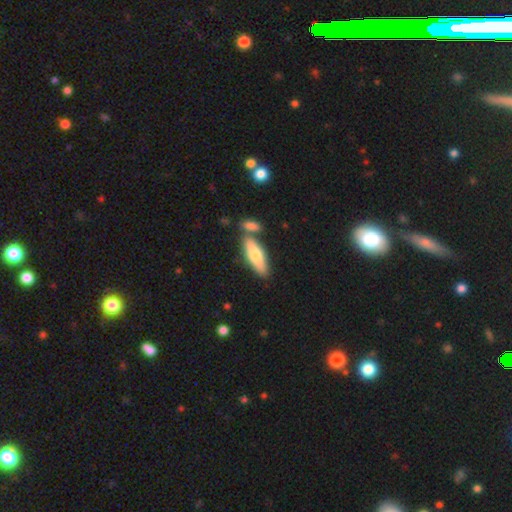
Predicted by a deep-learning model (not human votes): A smooth galaxy with no disk features (67%) that is in between round and cigar-shaped (54%).

Vote fractions:
- Smooth or featured? smooth: 67% / featured or disk: 27% / star or artifact: 5%
- How rounded? in between: 54% / cigar-shaped: 44% / round: 2%
- Merging? none: 66% / merger: 20% / minor disturbance: 11% / major disturbance: 3%